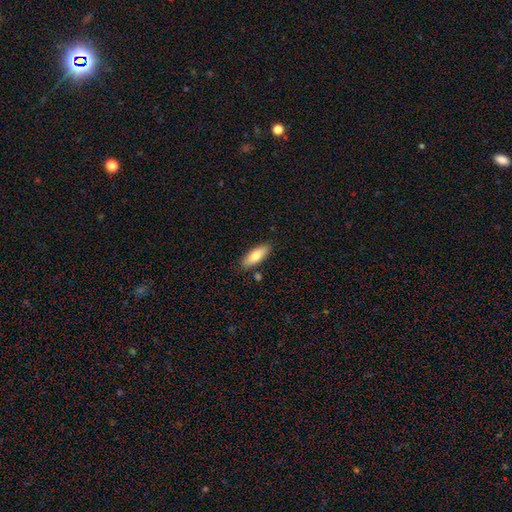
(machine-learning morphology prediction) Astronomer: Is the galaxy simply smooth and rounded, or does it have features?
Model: smooth — 75%.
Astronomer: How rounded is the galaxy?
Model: in between — 68%.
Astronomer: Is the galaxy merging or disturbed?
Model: none — 85%.